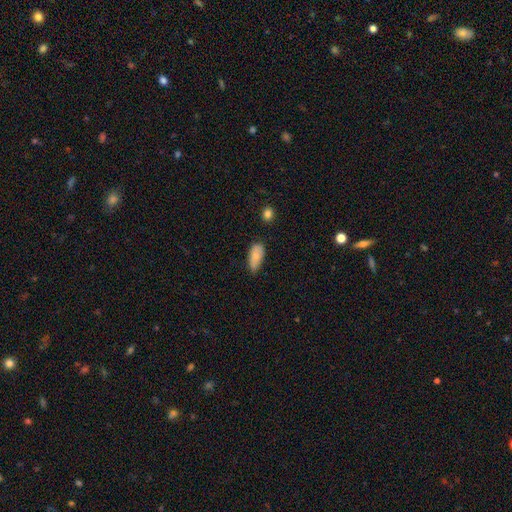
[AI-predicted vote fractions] Overall: smooth (79%). How rounded: in between (90%). Merging: none (58%; minor disturbance 34%).